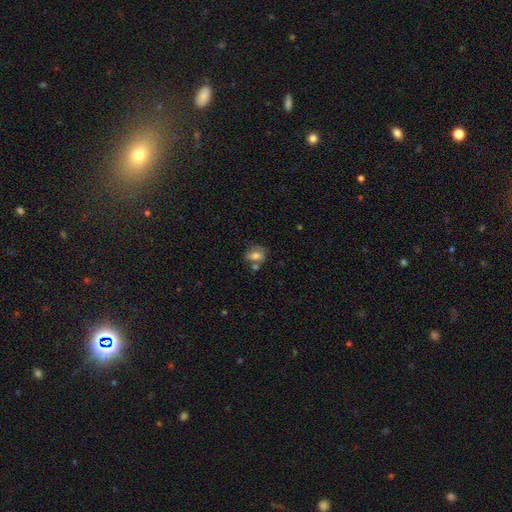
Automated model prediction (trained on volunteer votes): Smooth or featured? Predicted: smooth (p=0.74). How rounded? Predicted: in between (p=0.64). Merging? Predicted: none (p=0.52).